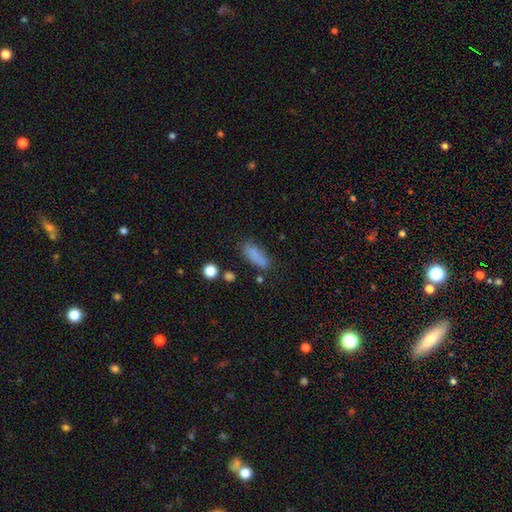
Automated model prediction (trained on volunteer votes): Smooth or featured? Predicted: smooth (p=0.80). How rounded? Predicted: in between (p=0.59). Merging? Predicted: none (p=0.69).